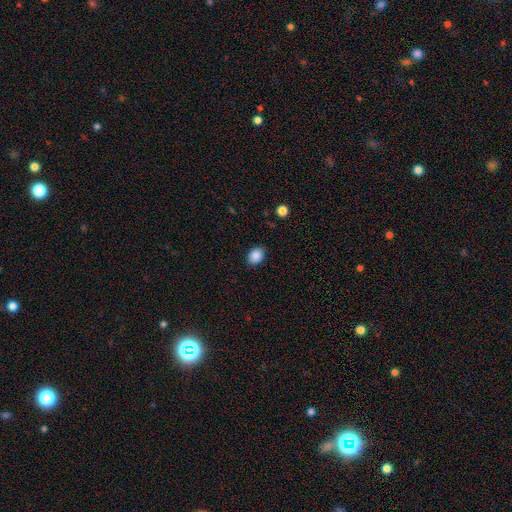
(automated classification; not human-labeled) Smooth or featured? Predicted: smooth (p=0.88). How rounded? Predicted: in between (p=0.63). Merging? Predicted: none (p=0.86).